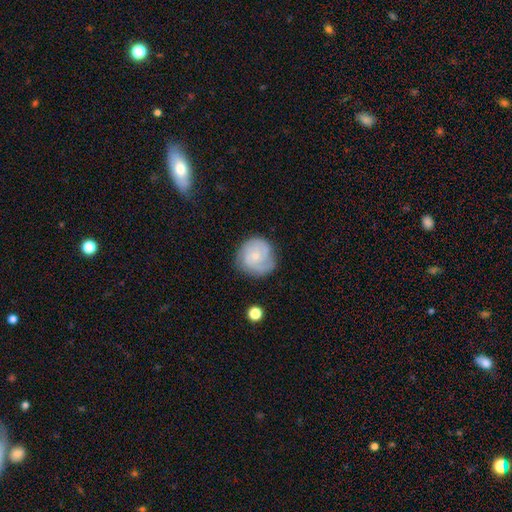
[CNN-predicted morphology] smooth-or-featured: featured or disk: 65% | smooth: 29% | star or artifact: 7%
  disk-edge-on: no: 98% | yes: 2%
    bar: no: 76% | weak: 21% | strong: 3%
    has-spiral-arms: yes: 90% | no: 10%
      spiral-winding: tight: 59% | medium: 33% | loose: 8%
      spiral-arm-count: 2: 30% | 3: 29% | can't tell: 26% | 4: 6% | 1: 5% | more than 4: 4%
    bulge-size: small: 70% | moderate: 24% | none: 4% | large: 1% | dominant: 1%
  merging: none: 75% | minor disturbance: 18% | major disturbance: 5% | merger: 2%